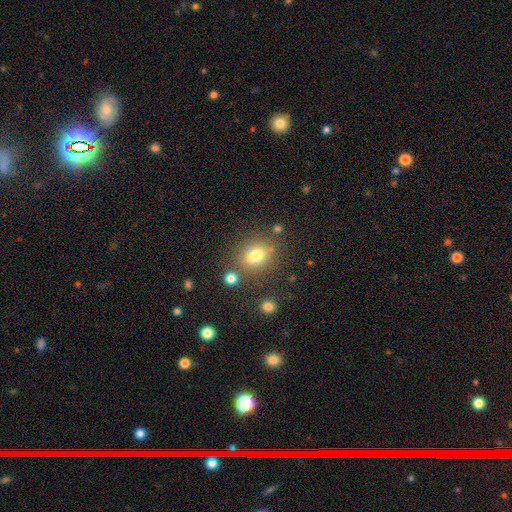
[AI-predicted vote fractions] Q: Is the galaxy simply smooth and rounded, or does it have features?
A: smooth — 76%.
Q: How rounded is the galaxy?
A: round — 54%.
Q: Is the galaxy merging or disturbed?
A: none — 74%.